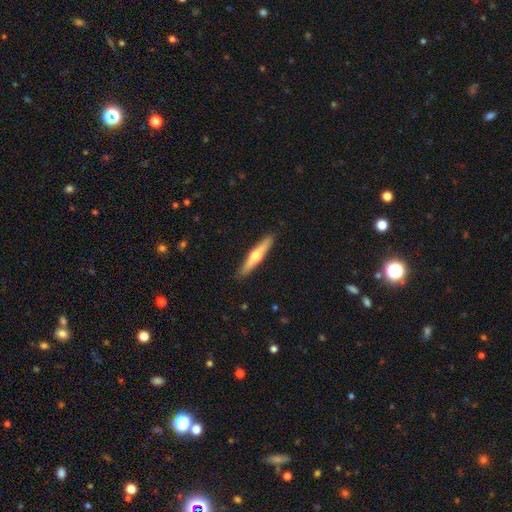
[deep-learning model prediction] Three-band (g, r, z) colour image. It shows a featured or disk galaxy (50%). Merging: none (90%).